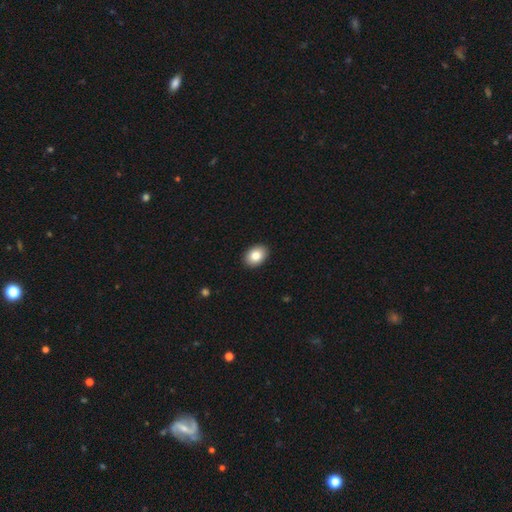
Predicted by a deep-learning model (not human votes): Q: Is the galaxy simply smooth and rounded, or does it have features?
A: smooth — 84%.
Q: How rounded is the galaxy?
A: in between — 78%.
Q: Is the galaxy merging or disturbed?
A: none — 91%.